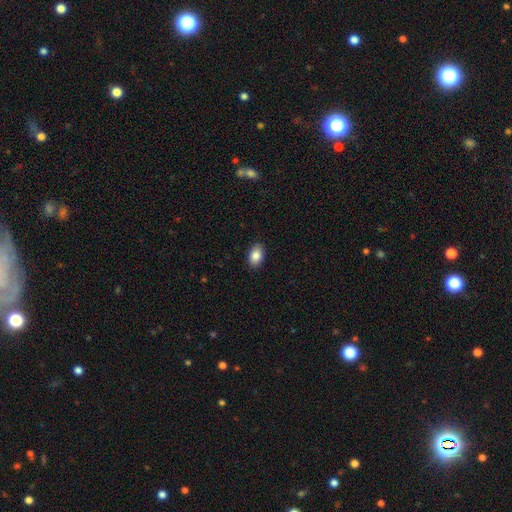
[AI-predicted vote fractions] smooth_or_featured: smooth (p=0.85) [alt: star or artifact p=0.08]
how_rounded: in between (p=0.87) [alt: round p=0.12]
merging: none (p=0.89) [alt: minor disturbance p=0.08]